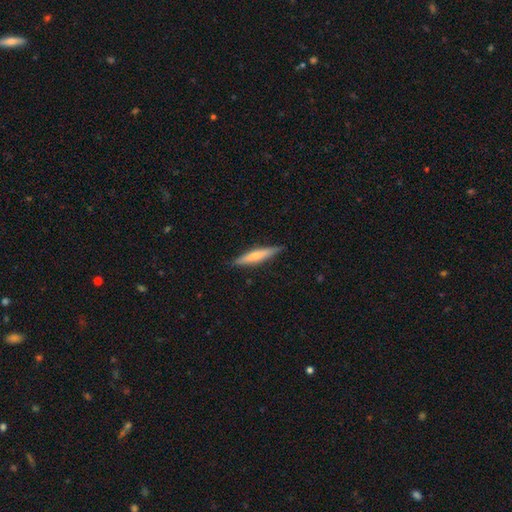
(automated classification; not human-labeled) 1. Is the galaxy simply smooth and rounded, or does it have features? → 53% smooth, 41% featured or disk, 6% star or artifact.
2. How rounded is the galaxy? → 89% cigar-shaped, 10% in between, 2% round.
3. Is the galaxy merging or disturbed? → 88% none, 9% minor disturbance, 2% major disturbance, 1% merger.